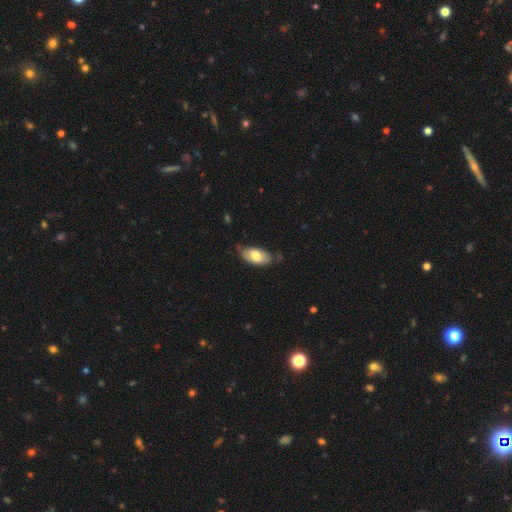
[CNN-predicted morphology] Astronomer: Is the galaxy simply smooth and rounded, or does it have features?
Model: smooth — 74%.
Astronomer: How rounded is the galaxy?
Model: in between — 93%.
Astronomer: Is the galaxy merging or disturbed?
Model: none — 65%.